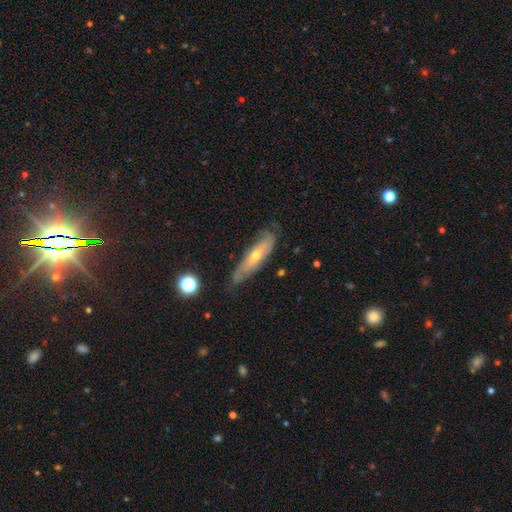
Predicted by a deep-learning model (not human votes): featured or disk 64%, smooth 29%, star or artifact 7%. Down the decision tree: edge-on disk — no (54%); merging — none (67%).